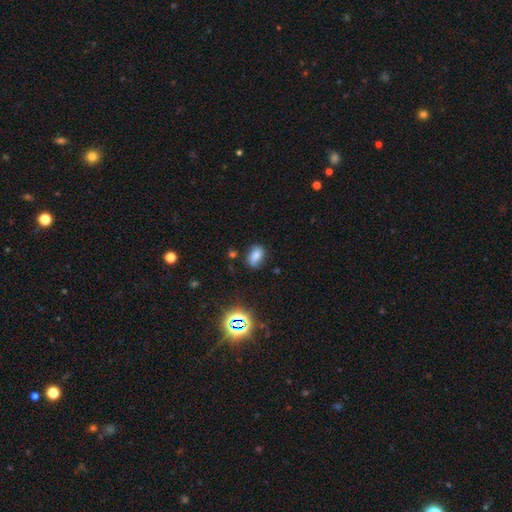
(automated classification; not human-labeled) A smooth galaxy with no disk features (71%) that is in between round and cigar-shaped (84%).

Vote fractions:
- Smooth or featured? smooth: 71% / star or artifact: 15% / featured or disk: 13%
- How rounded? in between: 84% / round: 14% / cigar-shaped: 3%
- Merging? none: 70% / minor disturbance: 22% / major disturbance: 5% / merger: 3%